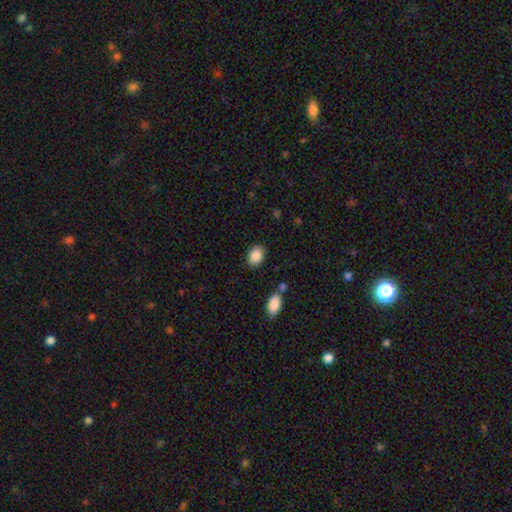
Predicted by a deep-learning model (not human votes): A smooth galaxy with no disk features (88%) that is in between round and cigar-shaped (73%).

Vote fractions:
- Smooth or featured? smooth: 88% / star or artifact: 7% / featured or disk: 4%
- How rounded? in between: 73% / round: 26% / cigar-shaped: 1%
- Merging? none: 83% / minor disturbance: 11% / merger: 3% / major disturbance: 3%